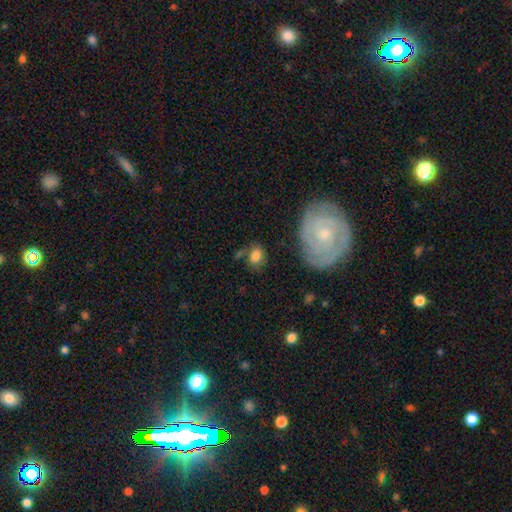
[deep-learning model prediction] A smooth galaxy with no disk features (77%) that is in between round and cigar-shaped (64%). Merging: none (61%).